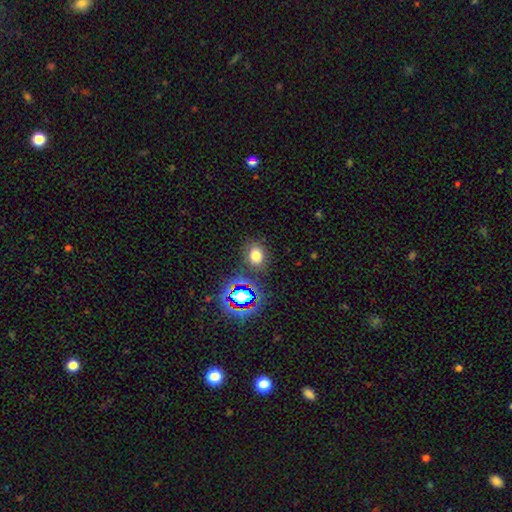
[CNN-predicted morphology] smooth_or_featured: smooth (p=0.69) [alt: star or artifact p=0.23]
how_rounded: in between (p=0.52) [alt: round p=0.47]
merging: none (p=0.81) [alt: minor disturbance p=0.11]